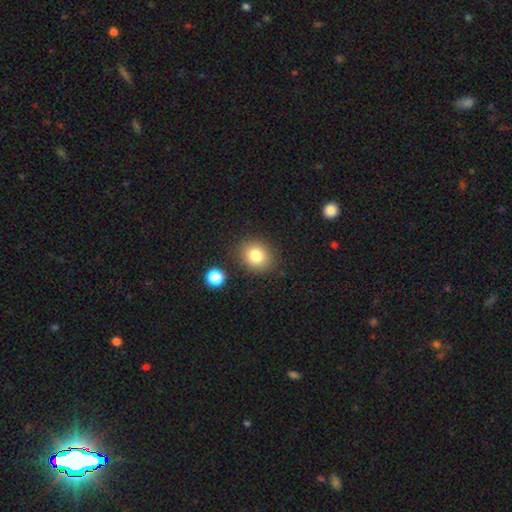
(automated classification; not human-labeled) This appears to be a smooth galaxy with no disk features (82%) that is round (68%). Merging: none (84%).